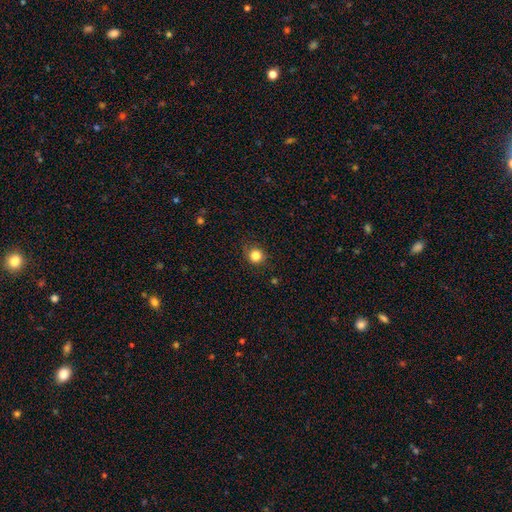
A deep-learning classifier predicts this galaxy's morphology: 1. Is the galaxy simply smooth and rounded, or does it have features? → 83% smooth, 12% star or artifact, 5% featured or disk.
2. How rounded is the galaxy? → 90% round, 9% in between, 1% cigar-shaped.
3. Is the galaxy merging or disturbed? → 85% none, 11% minor disturbance, 3% major disturbance, 1% merger.